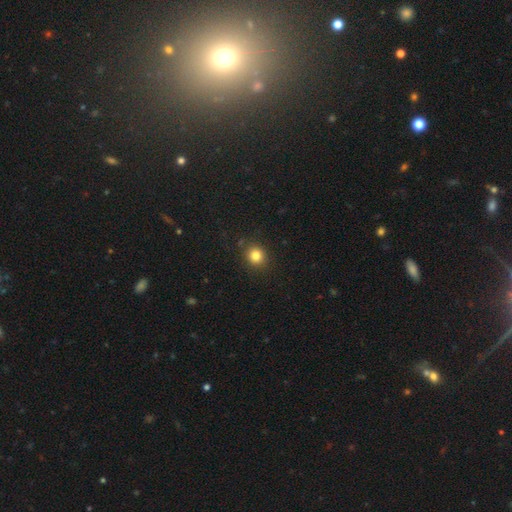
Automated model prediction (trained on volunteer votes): Smooth or featured?
  - smooth: 82% *
  - star or artifact: 12%
  - featured or disk: 6%
How rounded?
  - round: 85% *
  - in between: 14%
  - cigar-shaped: 1%
Merging?
  - none: 88% *
  - minor disturbance: 8%
  - major disturbance: 2%
  - merger: 2%